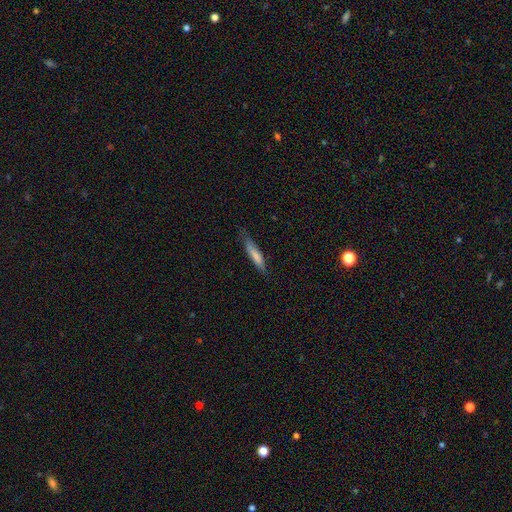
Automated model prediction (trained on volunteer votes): Smooth or featured?
  - smooth: 74% *
  - featured or disk: 20%
  - star or artifact: 6%
How rounded?
  - cigar-shaped: 84% *
  - in between: 14%
  - round: 1%
Merging?
  - none: 73% *
  - minor disturbance: 21%
  - major disturbance: 4%
  - merger: 1%